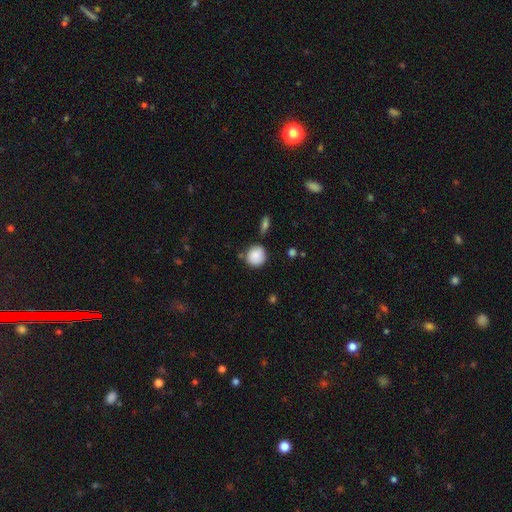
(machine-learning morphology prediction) Q: Smooth or featured?
A: smooth (87%); runner-up: star or artifact (8%)
Q: How rounded?
A: round (87%); runner-up: in between (12%)
Q: Merging?
A: none (72%); runner-up: minor disturbance (19%)